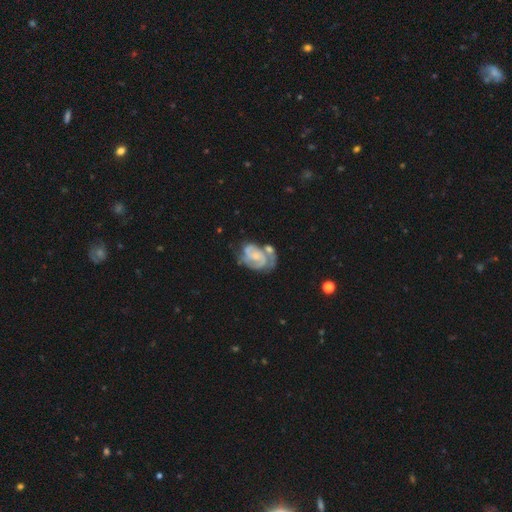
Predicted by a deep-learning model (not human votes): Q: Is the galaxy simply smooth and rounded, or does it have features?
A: featured or disk — 82%.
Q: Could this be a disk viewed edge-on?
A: no — 98%.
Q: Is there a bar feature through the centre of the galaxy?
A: no — 60%.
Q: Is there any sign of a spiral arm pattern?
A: yes — 94%.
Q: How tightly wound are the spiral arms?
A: tight — 52%.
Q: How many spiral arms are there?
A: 2 — 66%.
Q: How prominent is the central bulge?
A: small — 51%.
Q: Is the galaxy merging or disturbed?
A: none — 45%.